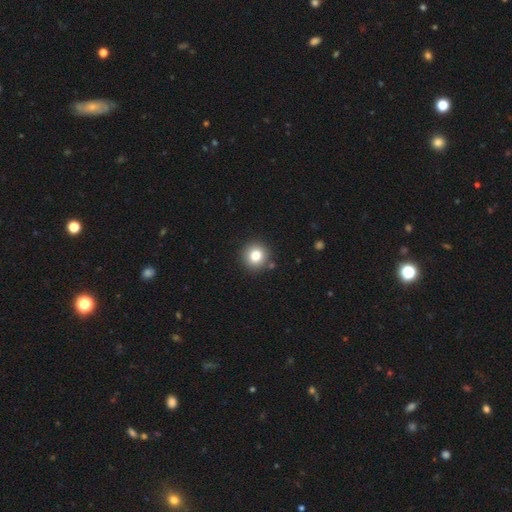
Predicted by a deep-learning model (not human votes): This appears to be a smooth galaxy with no disk features (80%) that is round (94%). Merging: none (88%).